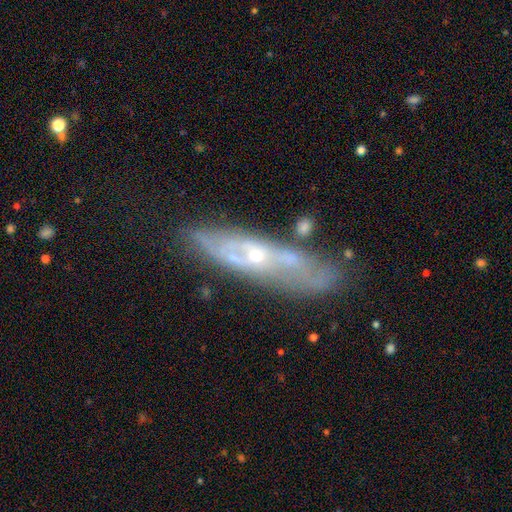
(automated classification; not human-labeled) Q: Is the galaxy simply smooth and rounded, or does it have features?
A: featured or disk — 71%.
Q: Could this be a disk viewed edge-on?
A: no — 59%.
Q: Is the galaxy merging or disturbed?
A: none — 68%.